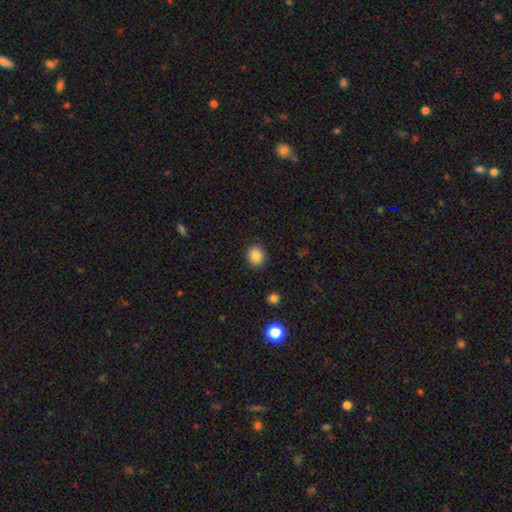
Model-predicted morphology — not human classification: smooth-or-featured: smooth: 88% | star or artifact: 9% | featured or disk: 3%
  how-rounded: round: 66% | in between: 33% | cigar-shaped: 1%
  merging: none: 88% | minor disturbance: 8% | major disturbance: 3% | merger: 1%